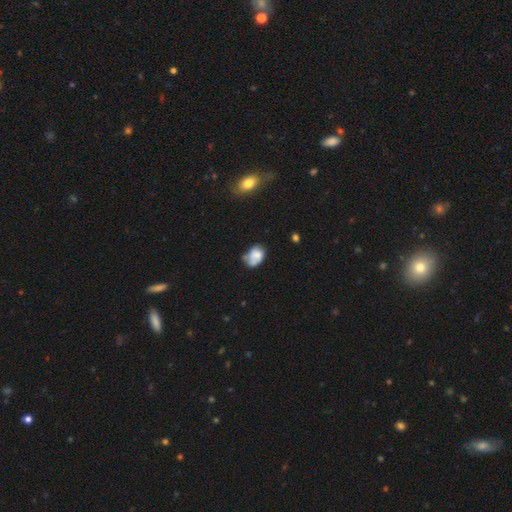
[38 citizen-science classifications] This is likely a smooth galaxy (79%). How rounded: clearly in between (87%). Merging: marginally minor disturbance (39%).